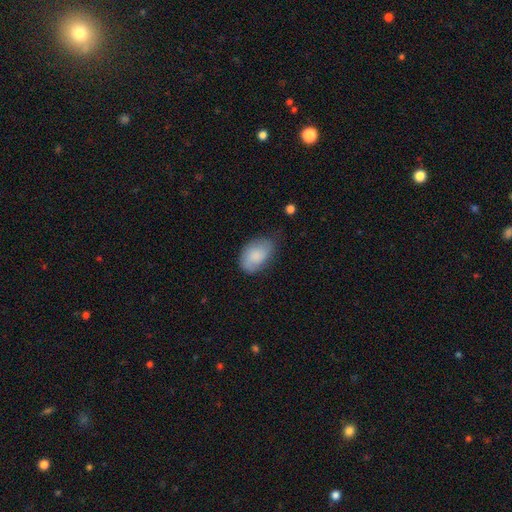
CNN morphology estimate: A smooth galaxy with no disk features (82%) that is in between round and cigar-shaped (90%).

Vote fractions:
- Smooth or featured? smooth: 82% / featured or disk: 12% / star or artifact: 6%
- How rounded? in between: 90% / round: 9% / cigar-shaped: 1%
- Merging? none: 59% / minor disturbance: 32% / major disturbance: 7% / merger: 2%